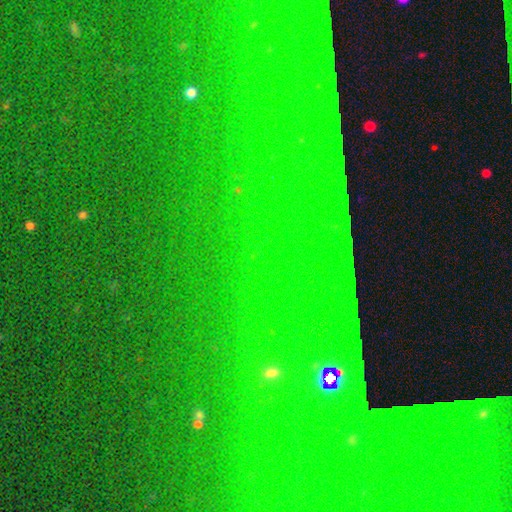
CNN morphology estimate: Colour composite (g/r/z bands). It shows a star or artifact, not a galaxy (82%).